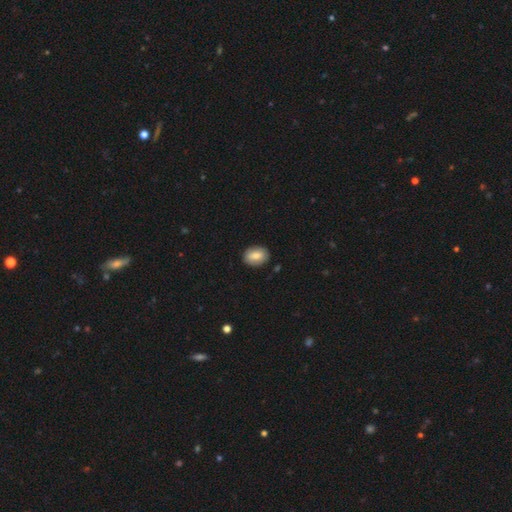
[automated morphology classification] type=smooth (77%); roundness=in between (71%); merging=none (87%).